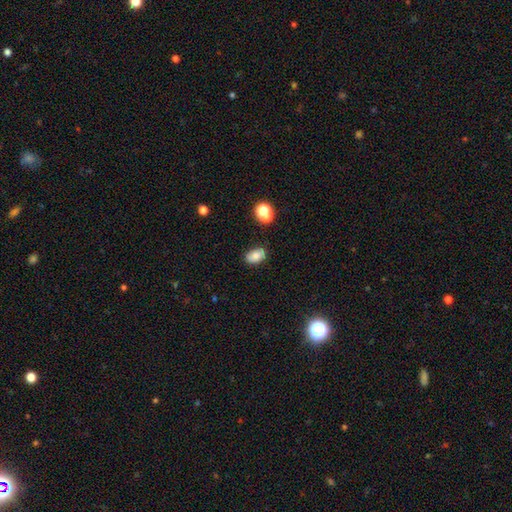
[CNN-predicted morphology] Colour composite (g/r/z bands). It shows a smooth galaxy with no disk features (81%) that is in between round and cigar-shaped (89%). Merging: none (79%).